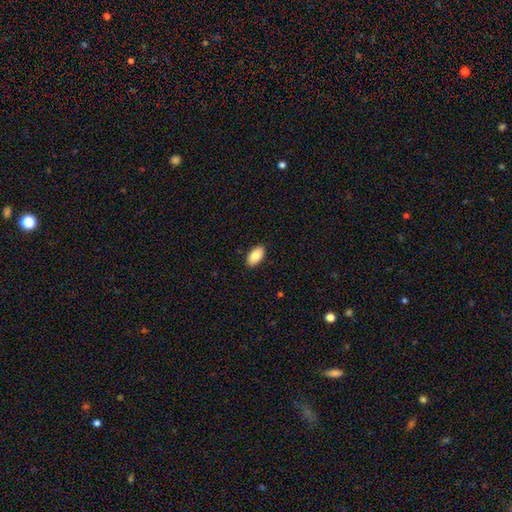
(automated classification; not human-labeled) The model was most divided on "smooth or featured": smooth: 86%, featured or disk: 7%, star or artifact: 7%. More confident: how rounded — in between (95%); merging — none (89%).